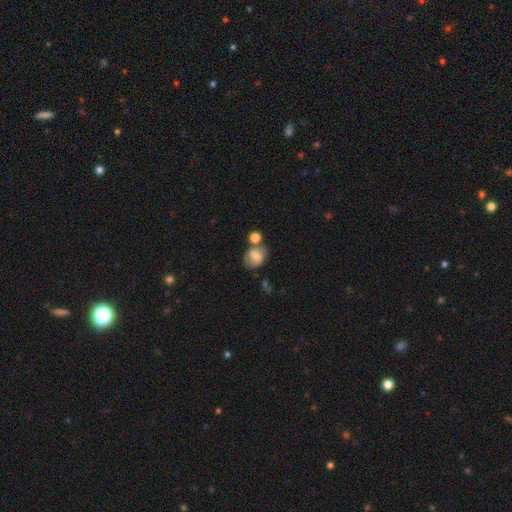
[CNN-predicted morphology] A smooth galaxy with no disk features (64%) that is in between round and cigar-shaped (57%).

Vote fractions:
- Smooth or featured? smooth: 64% / featured or disk: 26% / star or artifact: 10%
- How rounded? in between: 57% / round: 41% / cigar-shaped: 1%
- Merging? none: 50% / merger: 22% / minor disturbance: 20% / major disturbance: 9%